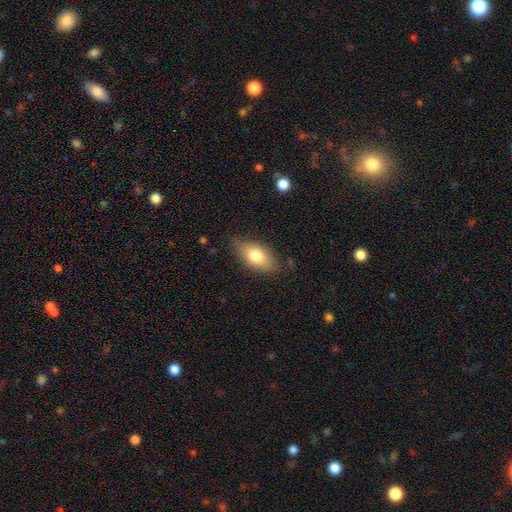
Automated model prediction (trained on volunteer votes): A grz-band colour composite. It shows a smooth galaxy with no disk features (77%) that is in between round and cigar-shaped (89%). Merging: none (74%).